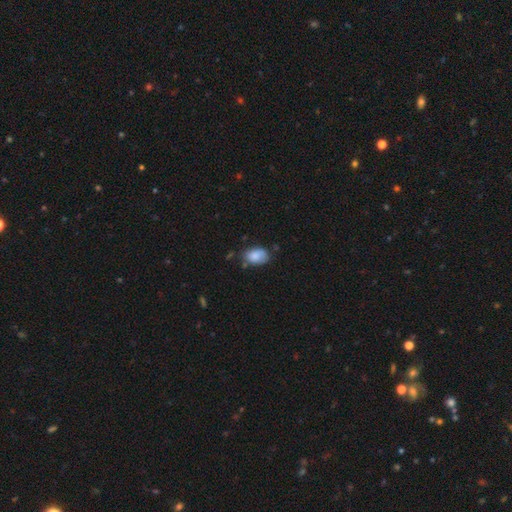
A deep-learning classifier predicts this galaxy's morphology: smooth 81%, featured or disk 12%, star or artifact 8%. Down the decision tree: how rounded — in between (87%); merging — none (59%).